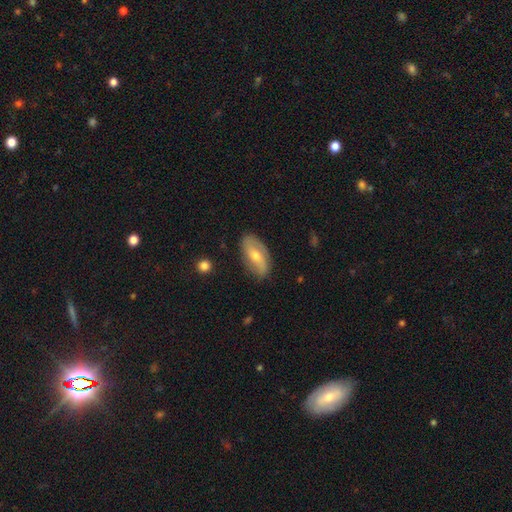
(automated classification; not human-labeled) Morphology: type=featured or disk (61%); edge-on=no (89%); bar=weak (37%, tied with no); spiral arms=yes (78%); bulge=moderate (56%); merging=none (81%).